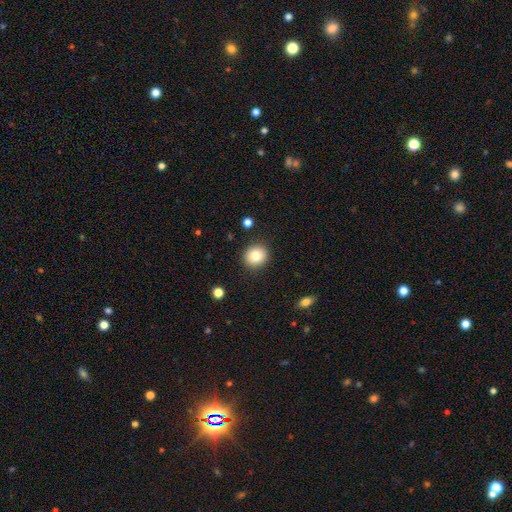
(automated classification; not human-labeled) Smooth or featured? Predicted: smooth (p=0.82). How rounded? Predicted: round (p=0.86). Merging? Predicted: none (p=0.90).